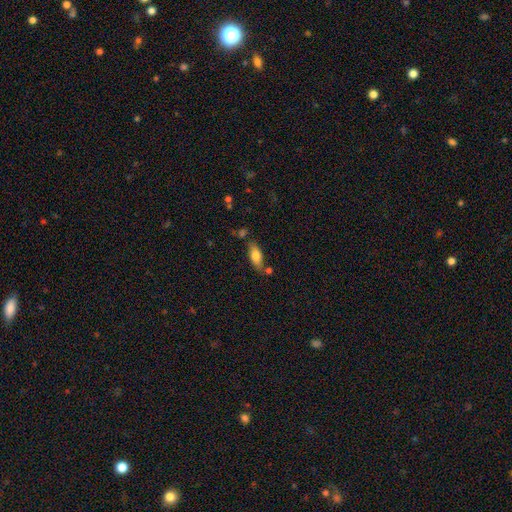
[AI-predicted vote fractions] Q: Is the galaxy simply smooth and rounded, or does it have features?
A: smooth — 76%.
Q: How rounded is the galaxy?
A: in between — 79%.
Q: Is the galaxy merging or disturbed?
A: none — 69%.